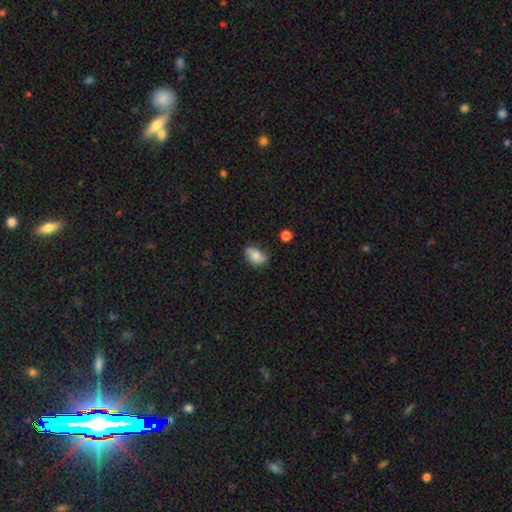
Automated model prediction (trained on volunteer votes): Smooth or featured?
  - smooth: 53% *
  - featured or disk: 38%
  - star or artifact: 9%
How rounded?
  - in between: 81% *
  - round: 17%
  - cigar-shaped: 2%
Merging?
  - none: 59% *
  - minor disturbance: 30%
  - major disturbance: 8%
  - merger: 3%